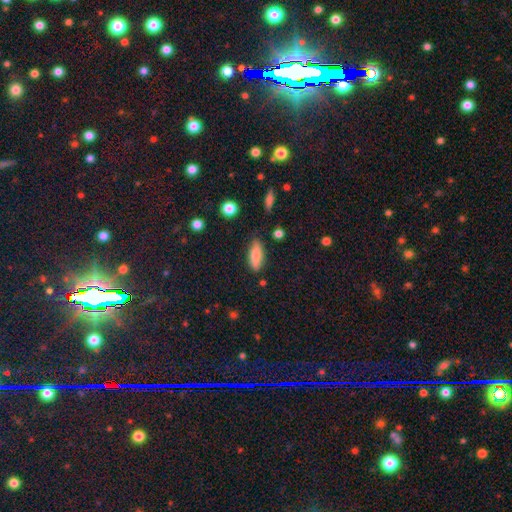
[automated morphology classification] The model was most divided on "how rounded": in between: 70%, cigar-shaped: 27%, round: 3%. More confident: smooth or featured — smooth (81%); merging — none (78%).